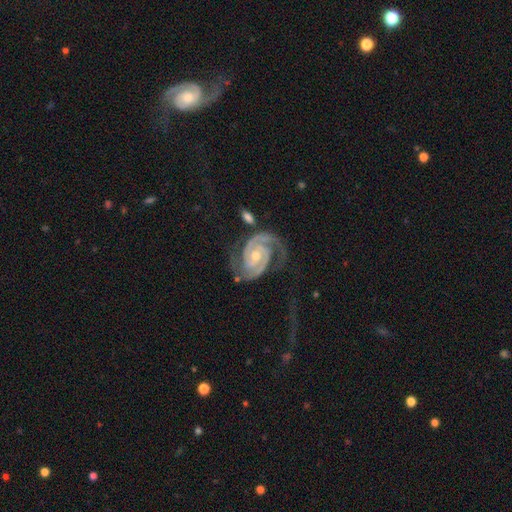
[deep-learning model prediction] Smooth or featured? Predicted: featured or disk (p=0.93). Edge-on disk? Predicted: no (p=0.98). Bar? Predicted: no (p=0.52). Spiral arms? Predicted: yes (p=0.99). Spiral winding? Predicted: tight (p=0.65). Spiral arm count? Predicted: 2 (p=0.86). Bulge size? Predicted: moderate (p=0.52). Merging? Predicted: none (p=0.60).